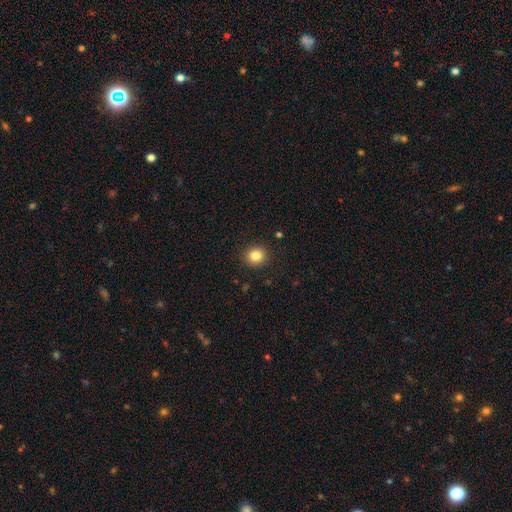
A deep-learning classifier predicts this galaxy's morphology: The model was most divided on "smooth or featured": smooth: 84%, star or artifact: 11%, featured or disk: 6%. More confident: merging — none (91%); how rounded — round (88%).